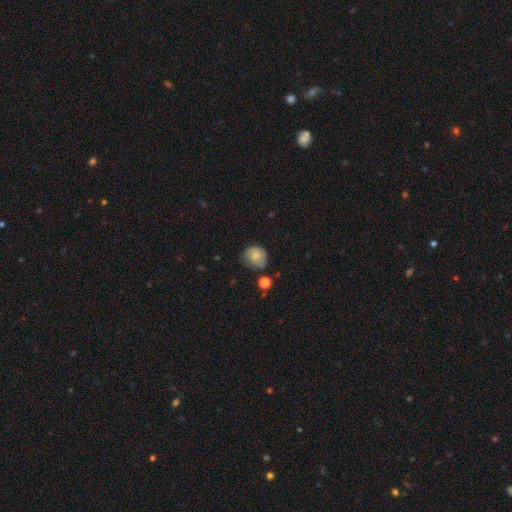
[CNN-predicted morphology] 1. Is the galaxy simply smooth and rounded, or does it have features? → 70% smooth, 21% featured or disk, 9% star or artifact.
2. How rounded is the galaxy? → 75% round, 24% in between, 1% cigar-shaped.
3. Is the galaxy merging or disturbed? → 55% none, 32% minor disturbance, 9% major disturbance, 4% merger.